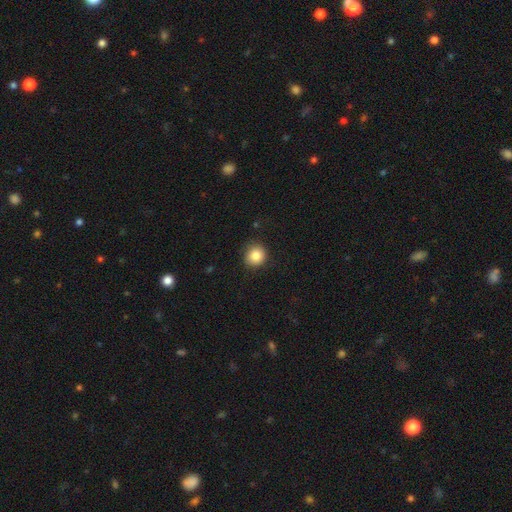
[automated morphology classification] Q: Smooth or featured?
A: smooth (85%); runner-up: star or artifact (9%)
Q: How rounded?
A: round (87%); runner-up: in between (12%)
Q: Merging?
A: none (83%); runner-up: minor disturbance (13%)